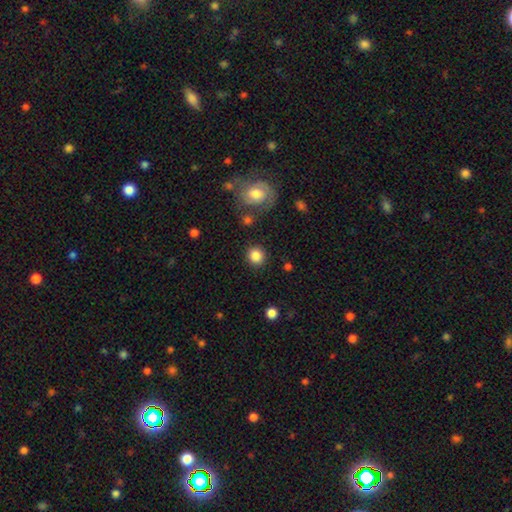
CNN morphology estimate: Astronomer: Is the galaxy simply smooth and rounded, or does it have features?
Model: smooth — 85%.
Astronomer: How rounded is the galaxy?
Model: round — 89%.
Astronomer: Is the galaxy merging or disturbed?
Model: none — 86%.